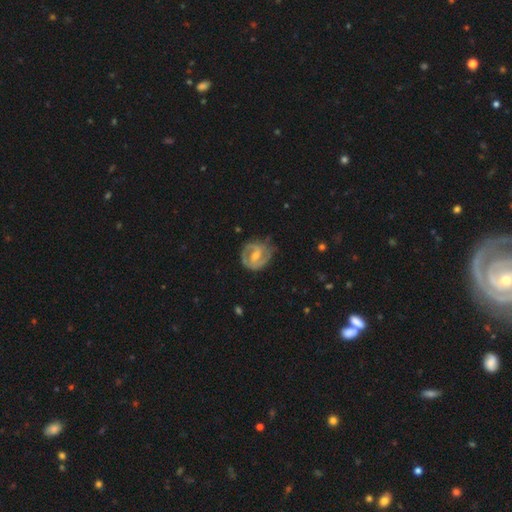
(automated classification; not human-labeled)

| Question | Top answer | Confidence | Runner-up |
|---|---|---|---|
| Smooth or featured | featured or disk | 83% | smooth (12%) |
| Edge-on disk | no | 97% | yes (3%) |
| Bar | weak | 51% | strong (30%) |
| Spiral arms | yes | 92% | no (8%) |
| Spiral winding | tight | 46% | medium (43%) |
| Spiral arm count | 2 | 83% | can't tell (8%) |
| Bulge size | moderate | 52% | small (40%) |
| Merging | none | 75% | minor disturbance (17%) |